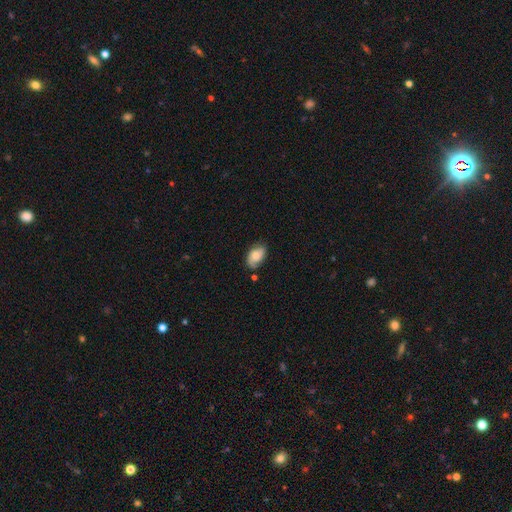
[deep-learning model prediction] A smooth galaxy with no disk features (62%) that is in between round and cigar-shaped (88%).

Vote fractions:
- Smooth or featured? smooth: 62% / featured or disk: 29% / star or artifact: 8%
- How rounded? in between: 88% / round: 10% / cigar-shaped: 2%
- Merging? none: 62% / minor disturbance: 27% / major disturbance: 7% / merger: 4%